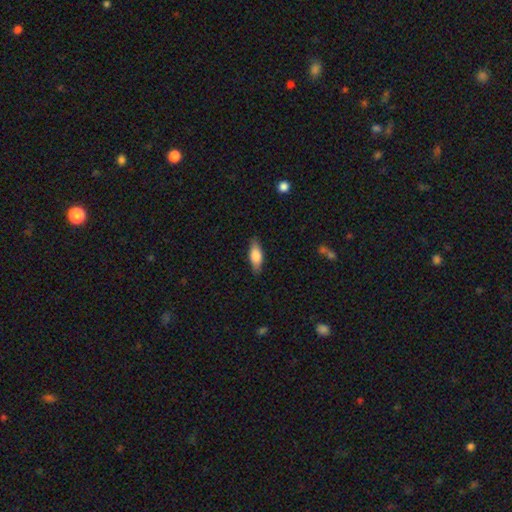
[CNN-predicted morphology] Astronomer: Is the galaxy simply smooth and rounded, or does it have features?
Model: smooth — 76%.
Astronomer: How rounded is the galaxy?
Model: in between — 72%.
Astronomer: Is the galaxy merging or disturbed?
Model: none — 83%.